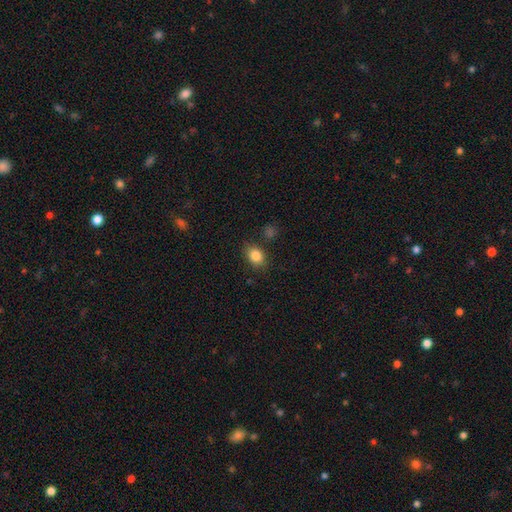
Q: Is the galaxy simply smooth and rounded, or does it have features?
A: smooth — 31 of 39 (79%).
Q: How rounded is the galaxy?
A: in between — 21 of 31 (68%).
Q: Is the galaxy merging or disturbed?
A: none — 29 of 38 (76%).